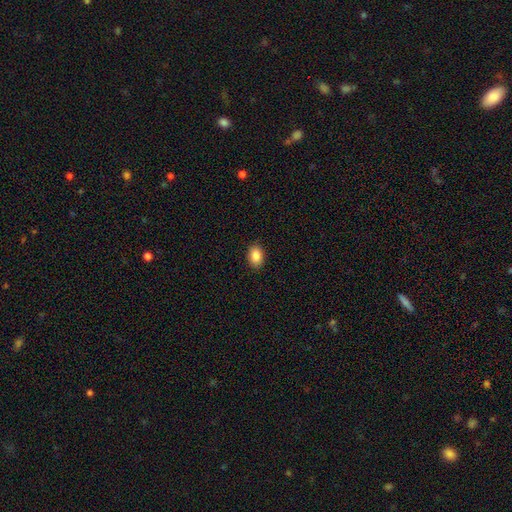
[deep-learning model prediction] Overall: smooth (87%). How rounded: in between (84%). Merging: none (89%).